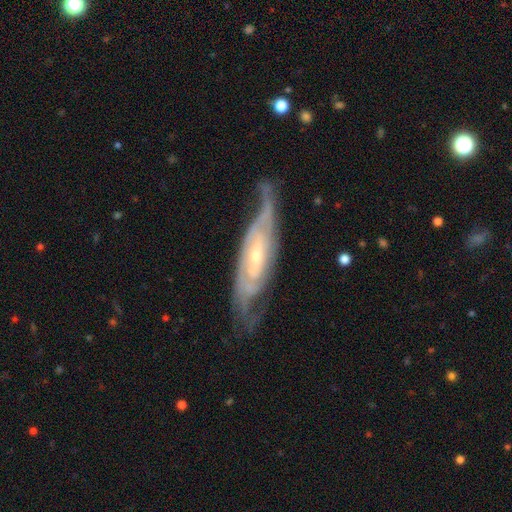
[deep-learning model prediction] Smooth or featured? Predicted: featured or disk (p=0.87). Edge-on disk? Predicted: no (p=0.82). Bar? Predicted: no (p=0.42). Spiral arms? Predicted: yes (p=0.95). Spiral winding? Predicted: tight (p=0.53). Spiral arm count? Predicted: 2 (p=0.53). Bulge size? Predicted: small (p=0.64). Merging? Predicted: none (p=0.65).